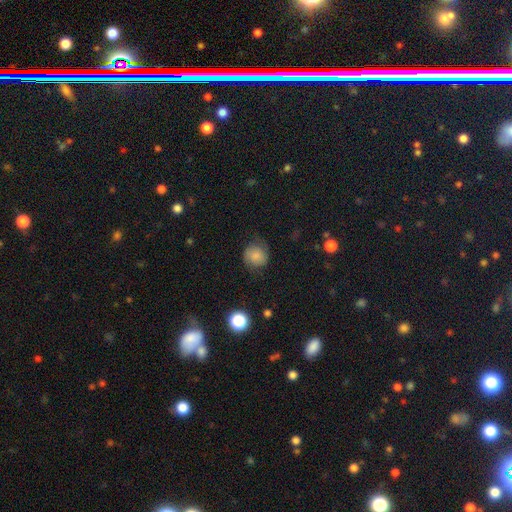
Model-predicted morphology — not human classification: Overall: smooth (78%). How rounded: round (85%). Merging: none (69%).